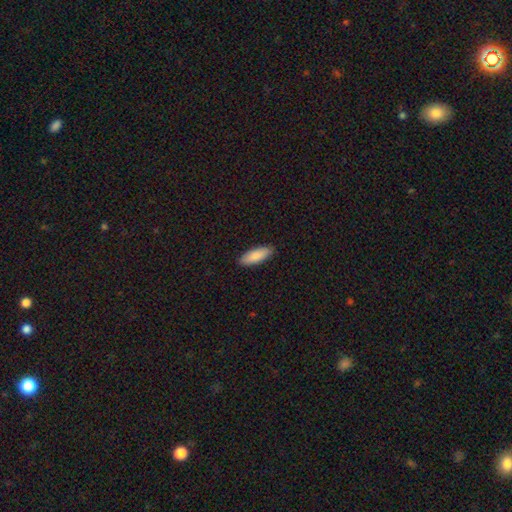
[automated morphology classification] Smooth or featured?
  - smooth: 88% *
  - featured or disk: 7%
  - star or artifact: 5%
How rounded?
  - in between: 70% *
  - cigar-shaped: 28%
  - round: 2%
Merging?
  - none: 90% *
  - minor disturbance: 8%
  - major disturbance: 2%
  - merger: 1%